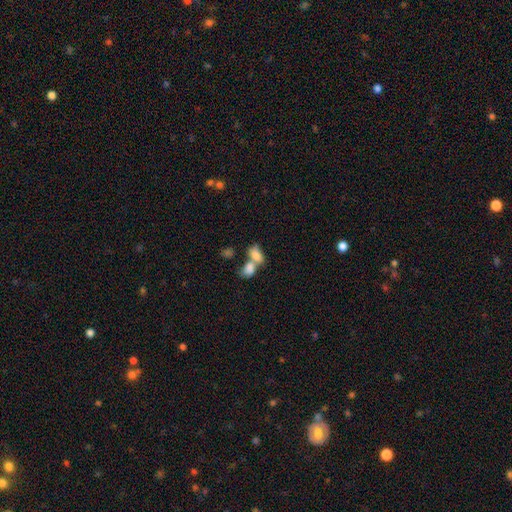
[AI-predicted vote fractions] Overall: smooth (76%). How rounded: in between (86%). Merging: merger (66%).